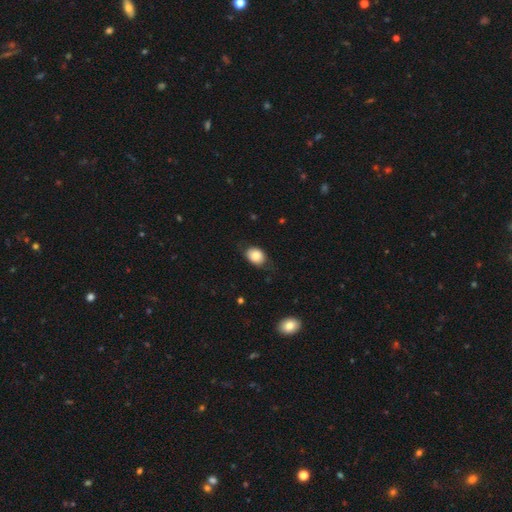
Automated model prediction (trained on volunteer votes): smooth 82%, featured or disk 10%, star or artifact 8%. Down the decision tree: how rounded — in between (65%); merging — none (73%).